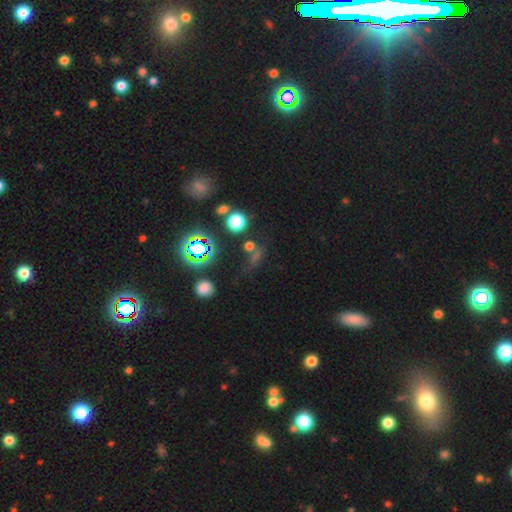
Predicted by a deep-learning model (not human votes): Smooth or featured? star or artifact (55%)